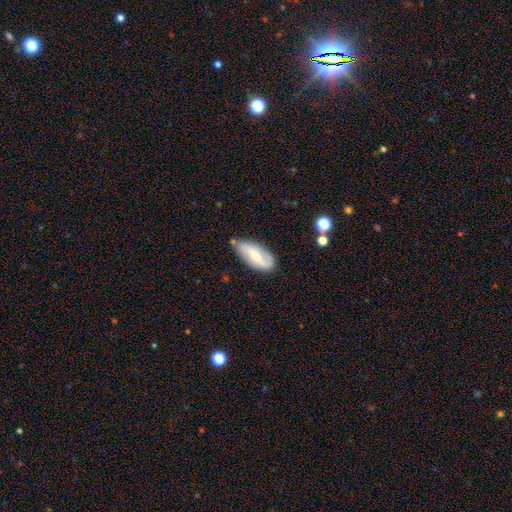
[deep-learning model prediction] The model was most divided on "smooth or featured": featured or disk: 53%, smooth: 41%, star or artifact: 6%. More confident: edge-on disk — no (88%); merging — none (71%).